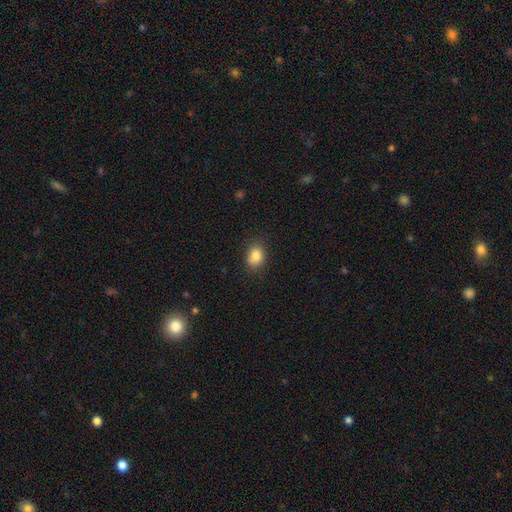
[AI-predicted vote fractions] Q: Smooth or featured?
A: smooth (85%); runner-up: star or artifact (9%)
Q: How rounded?
A: in between (62%); runner-up: round (37%)
Q: Merging?
A: none (85%); runner-up: minor disturbance (11%)